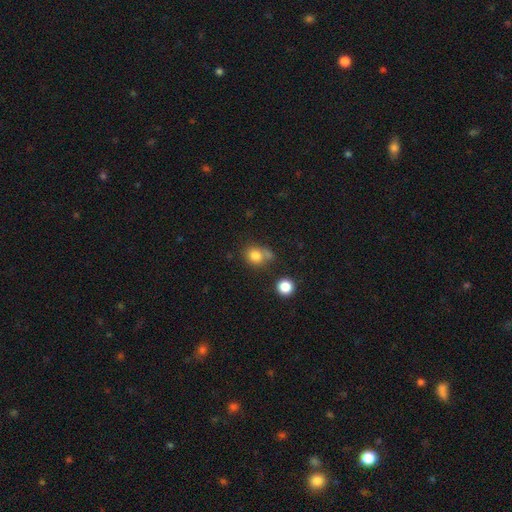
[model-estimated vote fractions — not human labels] A smooth galaxy with no disk features (80%) that is round (73%).

Vote fractions:
- Smooth or featured? smooth: 80% / star or artifact: 12% / featured or disk: 8%
- How rounded? round: 73% / in between: 26% / cigar-shaped: 1%
- Merging? none: 52% / merger: 25% / minor disturbance: 16% / major disturbance: 7%